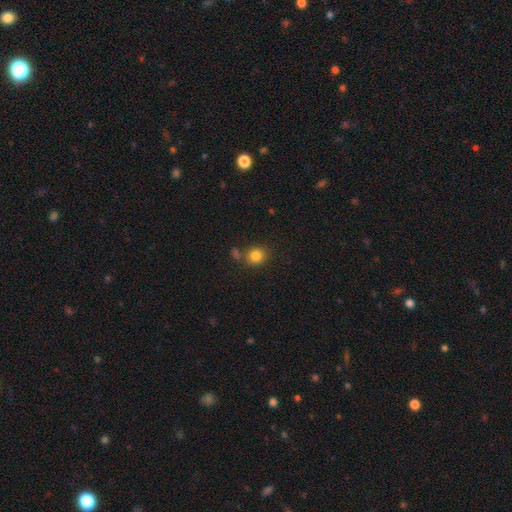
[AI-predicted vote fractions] Smooth or featured?
  - smooth: 83% *
  - star or artifact: 11%
  - featured or disk: 6%
How rounded?
  - round: 83% *
  - in between: 16%
  - cigar-shaped: 1%
Merging?
  - none: 72% *
  - merger: 13%
  - minor disturbance: 11%
  - major disturbance: 4%